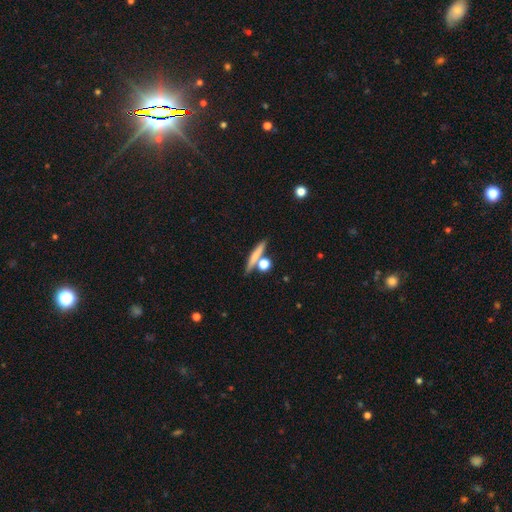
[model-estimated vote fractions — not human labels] smooth_or_featured: smooth (p=0.67) [alt: featured or disk p=0.24]
how_rounded: cigar-shaped (p=0.70) [alt: round p=0.18]
merging: none (p=0.70) [alt: merger p=0.16]